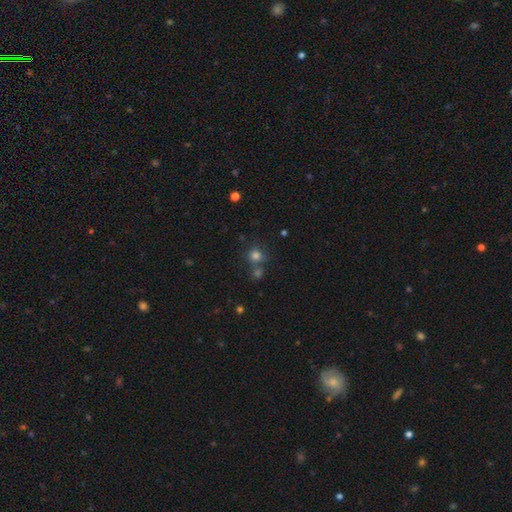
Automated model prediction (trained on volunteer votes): Smooth or featured? smooth (77%)
How rounded? round (88%)
Merging? none (62%)